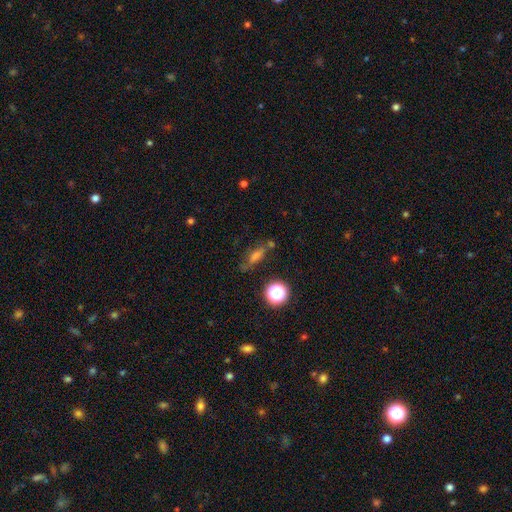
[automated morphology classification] type=smooth (53%); roundness=cigar-shaped (43%); merging=none (66%).